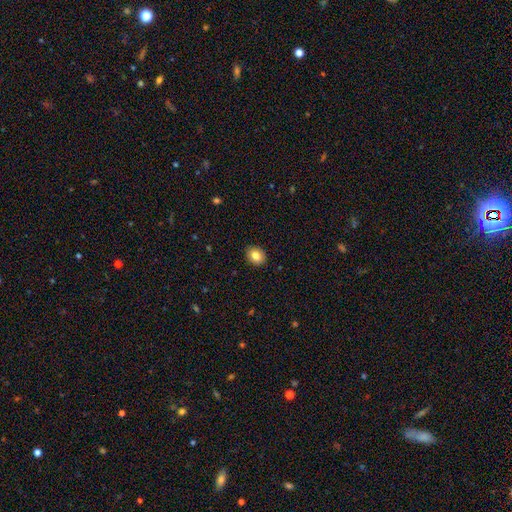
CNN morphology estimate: Smooth or featured? Predicted: smooth (p=0.82). How rounded? Predicted: round (p=0.52). Merging? Predicted: none (p=0.91).